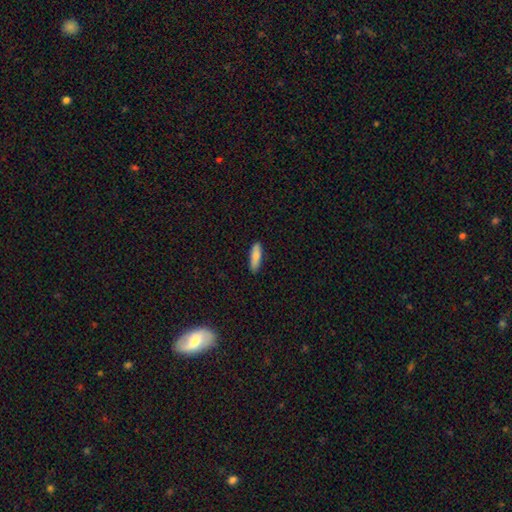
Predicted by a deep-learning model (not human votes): Smooth or featured? Predicted: smooth (p=0.85). How rounded? Predicted: cigar-shaped (p=0.60). Merging? Predicted: none (p=0.87).